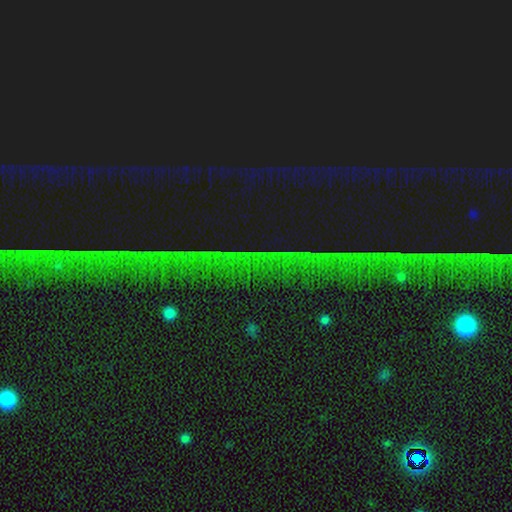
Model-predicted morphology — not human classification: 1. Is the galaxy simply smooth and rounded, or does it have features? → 80% star or artifact, 11% smooth, 9% featured or disk.